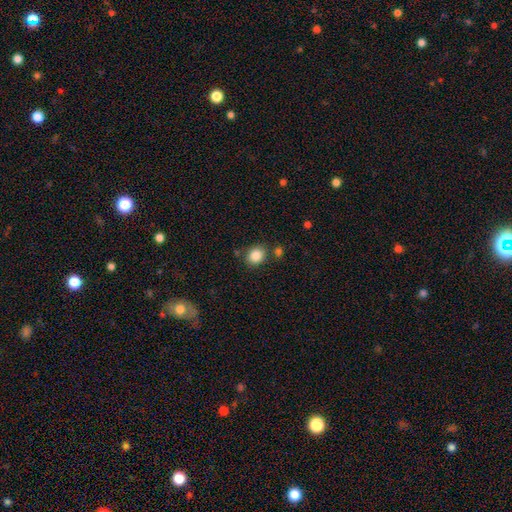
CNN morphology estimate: smooth-or-featured: smooth: 86% | star or artifact: 9% | featured or disk: 5%
  how-rounded: round: 62% | in between: 37% | cigar-shaped: 1%
  merging: none: 77% | minor disturbance: 11% | merger: 8% | major disturbance: 3%